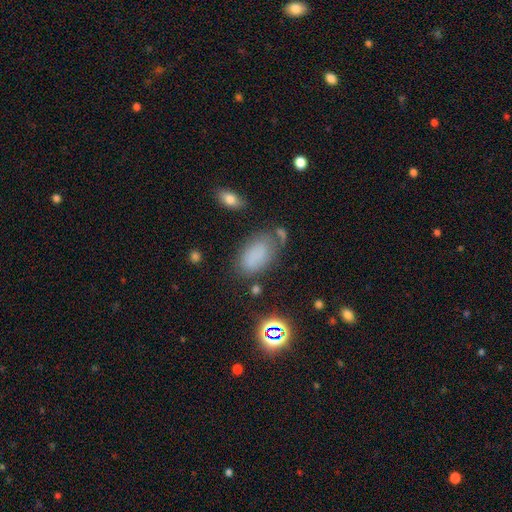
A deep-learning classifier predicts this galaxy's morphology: This appears to be a smooth galaxy with no disk features (70%) that is in between round and cigar-shaped (92%). Merging: none (55%).